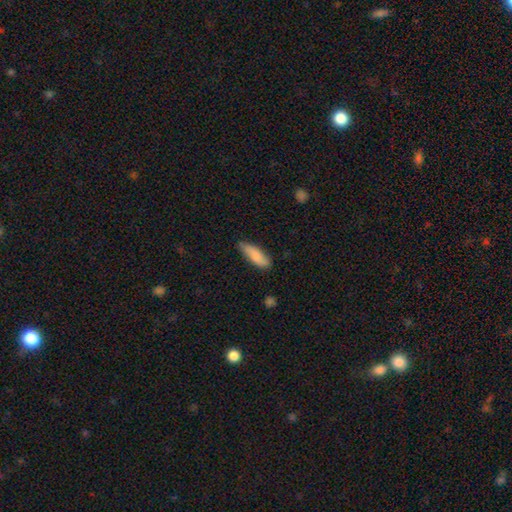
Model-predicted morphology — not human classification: smooth 84%, featured or disk 10%, star or artifact 6%. Down the decision tree: how rounded — in between (55%); merging — none (70%).